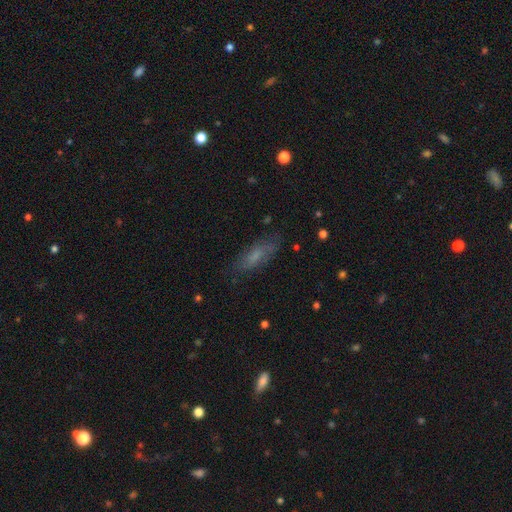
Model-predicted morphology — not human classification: Smooth or featured?
  - smooth: 61% *
  - featured or disk: 28%
  - star or artifact: 11%
How rounded?
  - in between: 51% *
  - cigar-shaped: 47%
  - round: 2%
Merging?
  - none: 75% *
  - minor disturbance: 17%
  - major disturbance: 6%
  - merger: 2%